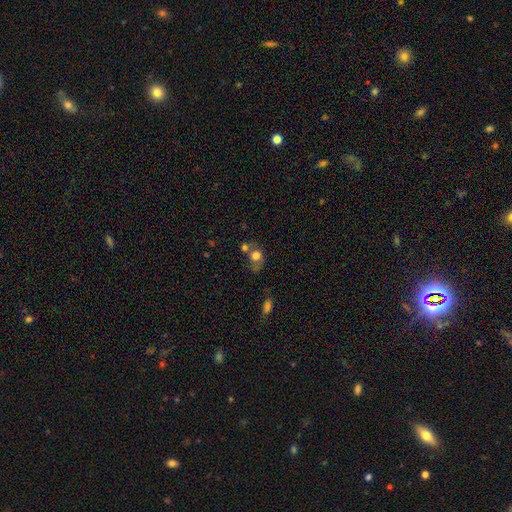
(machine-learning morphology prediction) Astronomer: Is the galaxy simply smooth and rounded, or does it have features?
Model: smooth — 72%.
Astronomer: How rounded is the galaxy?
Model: round — 60% (runner-up: in between, 38%).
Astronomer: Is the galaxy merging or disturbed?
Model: merger — 36%, tied with none at 36%.